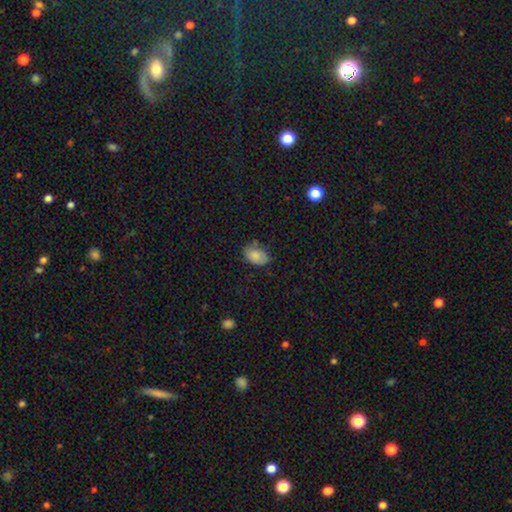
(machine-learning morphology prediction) This appears to be a smooth galaxy with no disk features (84%) that is in between round and cigar-shaped (83%). Merging: none (63%).